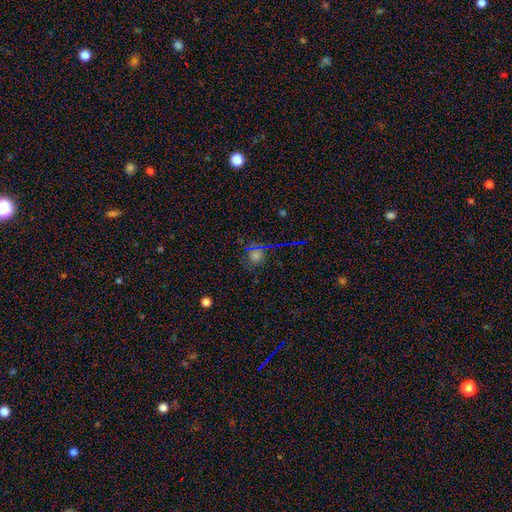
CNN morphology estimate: Smooth or featured? Predicted: star or artifact (p=0.47).